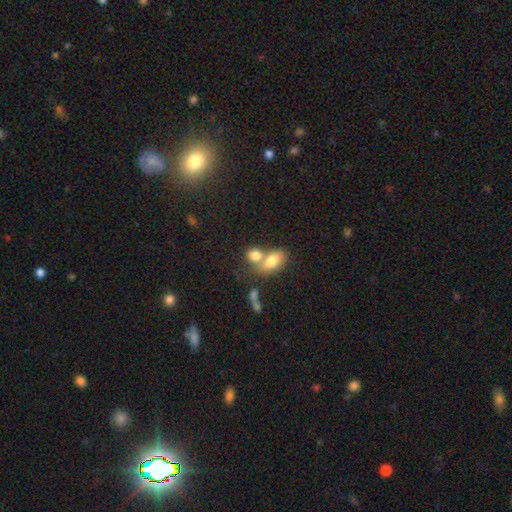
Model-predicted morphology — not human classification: Overall: smooth (78%). How rounded: in between (69%; round 29%). Merging: merger (57%; none 29%).